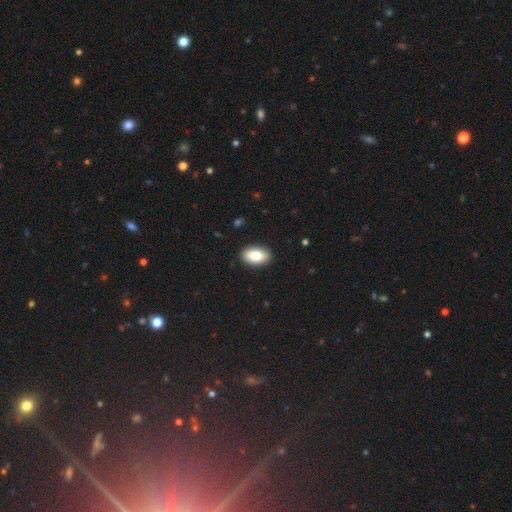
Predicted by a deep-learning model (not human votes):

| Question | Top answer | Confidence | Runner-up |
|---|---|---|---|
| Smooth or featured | smooth | 84% | featured or disk (9%) |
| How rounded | in between | 93% | round (5%) |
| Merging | none | 90% | minor disturbance (7%) |